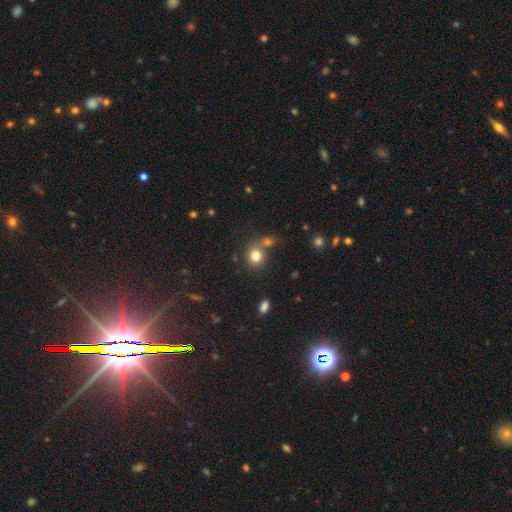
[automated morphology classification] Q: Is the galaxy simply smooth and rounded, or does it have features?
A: smooth — 79%.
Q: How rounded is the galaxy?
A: round — 77%.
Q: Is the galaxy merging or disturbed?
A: none — 55%.